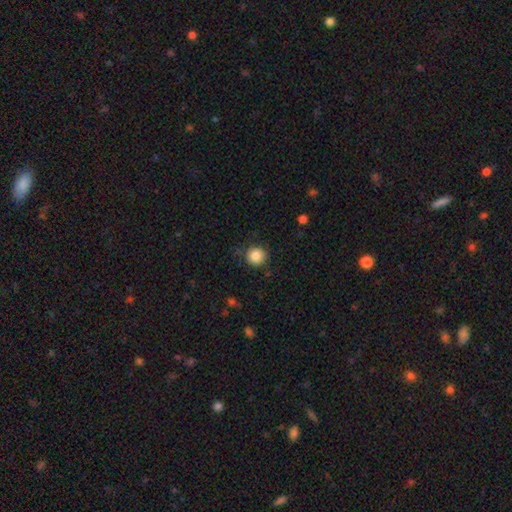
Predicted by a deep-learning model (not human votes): Smooth or featured? Predicted: smooth (p=0.85). How rounded? Predicted: round (p=0.93). Merging? Predicted: none (p=0.85).